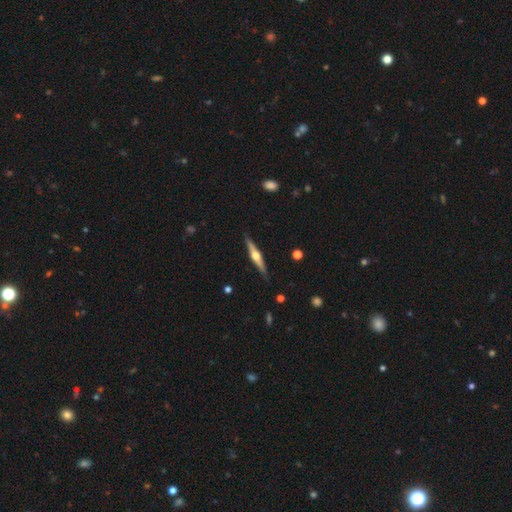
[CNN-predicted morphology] Overall: featured or disk (75%). Edge-on disk: yes (98%). Edge-on bulge: rounded (94%). Merging: none (89%).